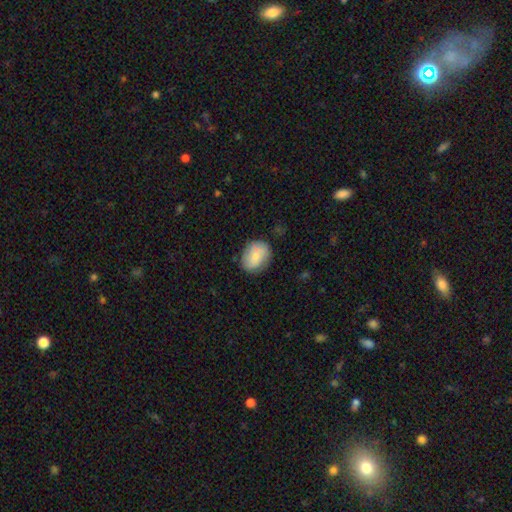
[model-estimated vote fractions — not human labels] Q: Smooth or featured?
A: smooth (74%); runner-up: featured or disk (19%)
Q: How rounded?
A: in between (56%); runner-up: round (43%)
Q: Merging?
A: none (75%); runner-up: minor disturbance (18%)